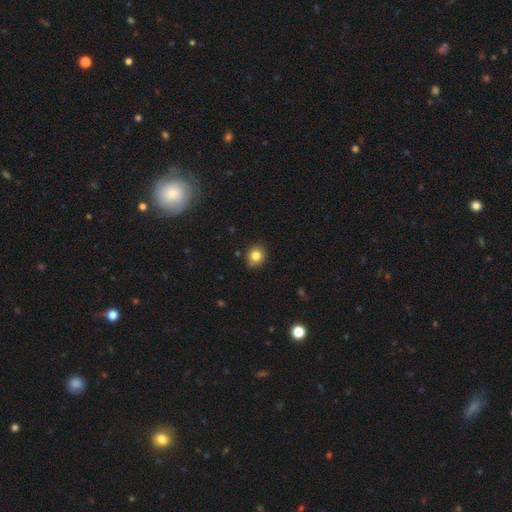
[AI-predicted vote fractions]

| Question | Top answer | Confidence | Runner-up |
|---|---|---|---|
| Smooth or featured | smooth | 82% | star or artifact (11%) |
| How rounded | round | 82% | in between (17%) |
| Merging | none | 85% | minor disturbance (11%) |